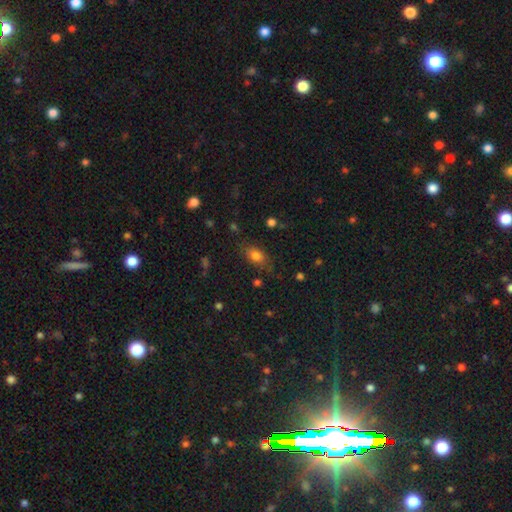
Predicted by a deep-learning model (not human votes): This is likely a smooth galaxy (78%). How rounded: clearly in between (81%). Merging: likely none (74%).